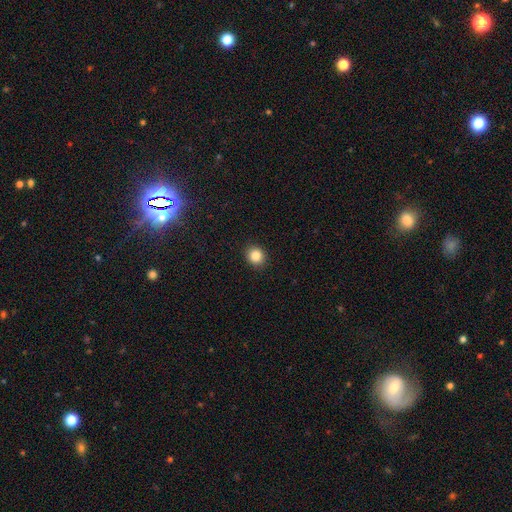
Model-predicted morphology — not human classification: Q: Smooth or featured?
A: smooth (85%); runner-up: star or artifact (11%)
Q: How rounded?
A: round (81%); runner-up: in between (18%)
Q: Merging?
A: none (91%); runner-up: minor disturbance (6%)